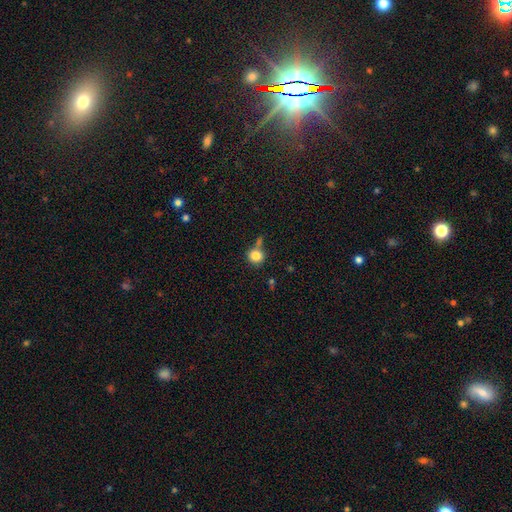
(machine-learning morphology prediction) The model was most divided on "merging": none: 63%, merger: 18%, minor disturbance: 14%, major disturbance: 5%. More confident: how rounded — round (89%); smooth or featured — smooth (83%).